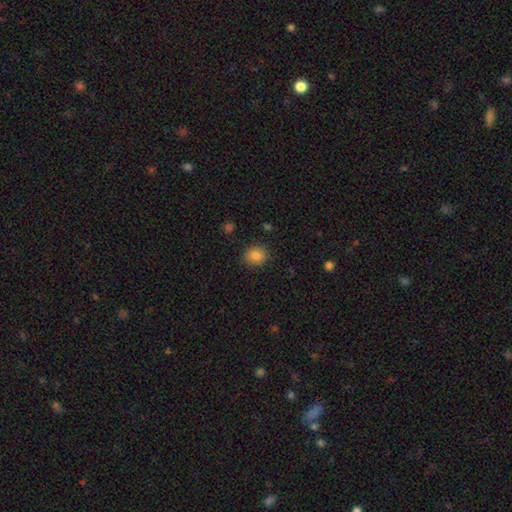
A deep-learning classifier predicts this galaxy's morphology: Smooth or featured: smooth — 84% (star or artifact — 10%)
How rounded: round — 72% (in between — 27%)
Merging: none — 87% (minor disturbance — 9%)